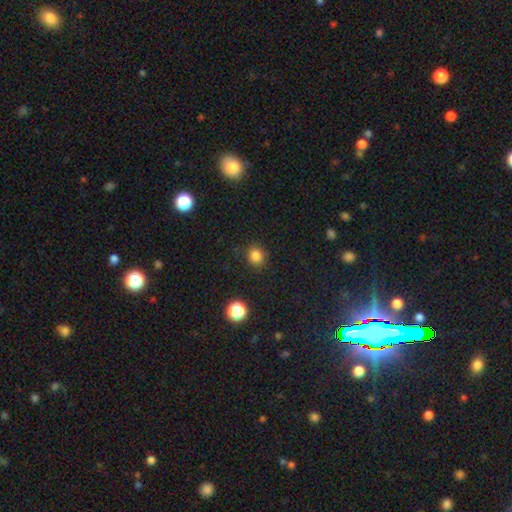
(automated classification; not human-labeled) Smooth or featured: smooth — 83% (star or artifact — 13%)
How rounded: round — 81% (in between — 18%)
Merging: none — 85% (minor disturbance — 10%)